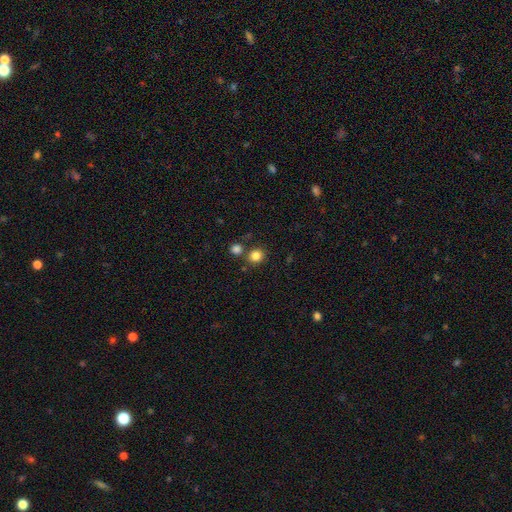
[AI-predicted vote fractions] A smooth galaxy with no disk features (84%) that is round (83%). Merging: none (76%).